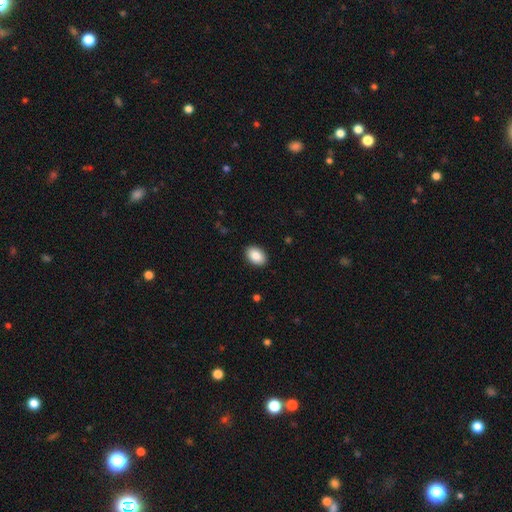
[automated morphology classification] The model was most divided on "how rounded": in between: 86%, round: 13%, cigar-shaped: 1%. More confident: merging — none (90%); smooth or featured — smooth (87%).